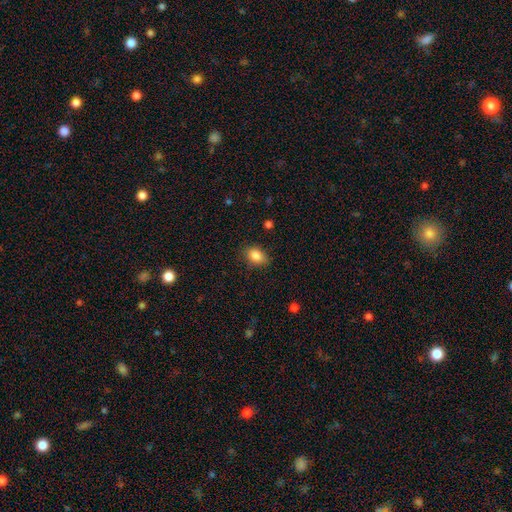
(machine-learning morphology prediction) Smooth or featured?
  - smooth: 85% *
  - star or artifact: 9%
  - featured or disk: 6%
How rounded?
  - in between: 76% *
  - round: 22%
  - cigar-shaped: 1%
Merging?
  - none: 81% *
  - minor disturbance: 15%
  - major disturbance: 3%
  - merger: 1%